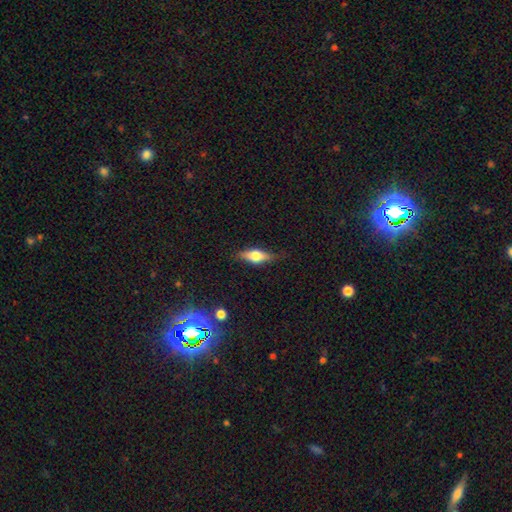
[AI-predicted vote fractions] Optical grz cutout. It shows a smooth galaxy with no disk features (48%). Merging: none (80%).